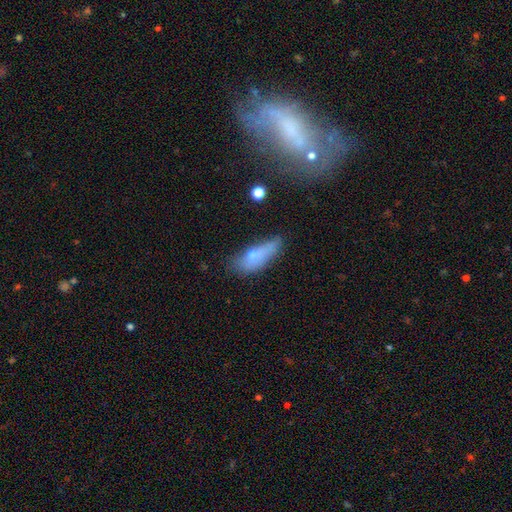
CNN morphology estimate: smooth-or-featured: smooth: 69% | featured or disk: 22% | star or artifact: 9%
  how-rounded: in between: 64% | cigar-shaped: 32% | round: 4%
  merging: none: 39% | minor disturbance: 35% | major disturbance: 19% | merger: 7%